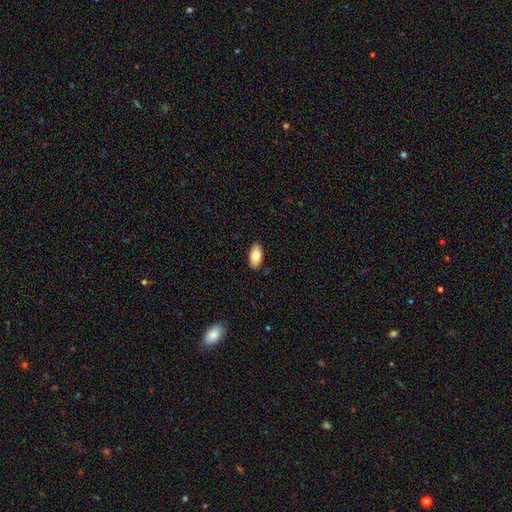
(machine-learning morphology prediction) type=smooth (80%); roundness=in between (93%); merging=none (89%).